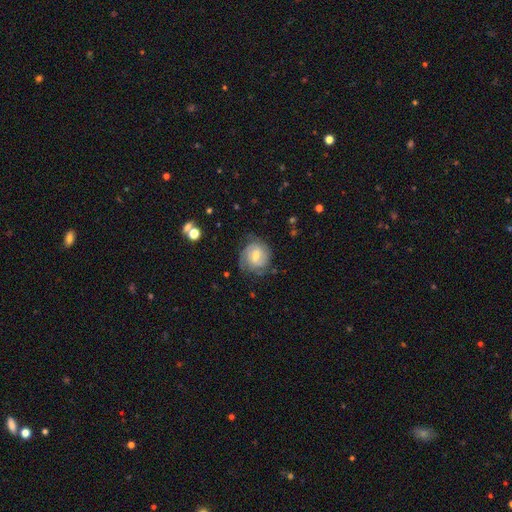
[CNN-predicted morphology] Overall: featured or disk (61%; smooth 32%). Edge-on disk: no (97%). Bar: weak (50%; no 39%). Spiral arms: yes (86%). Spiral arm count: 2 (40%; can't tell 35%). Spiral winding: tight (56%; medium 33%). Bulge size: moderate (48%; small 45%). Merging: none (65%).